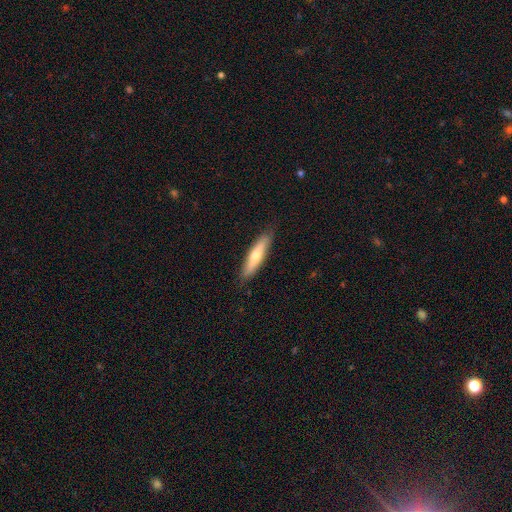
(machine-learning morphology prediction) Smooth or featured: smooth — 60% (featured or disk — 35%)
How rounded: cigar-shaped — 77% (in between — 21%)
Merging: none — 86% (minor disturbance — 11%)